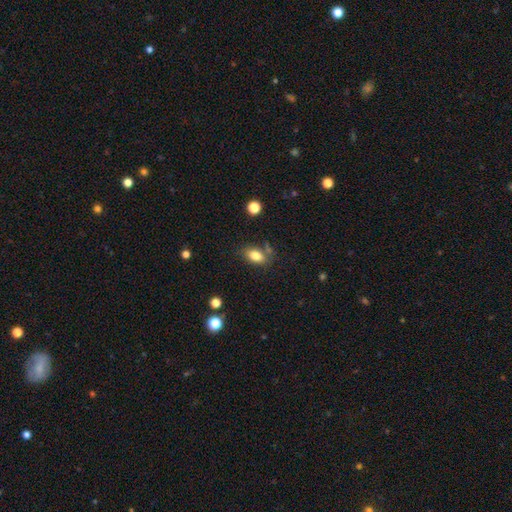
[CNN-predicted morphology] smooth-or-featured: smooth: 82% | featured or disk: 9% | star or artifact: 9%
  how-rounded: in between: 87% | round: 10% | cigar-shaped: 3%
  merging: none: 71% | minor disturbance: 16% | merger: 9% | major disturbance: 5%